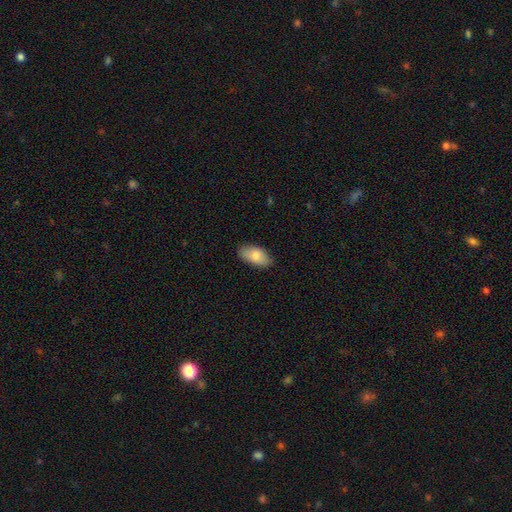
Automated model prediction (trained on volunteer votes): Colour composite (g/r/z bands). It shows a smooth galaxy with no disk features (82%) that is in between round and cigar-shaped (93%). Merging: none (85%).